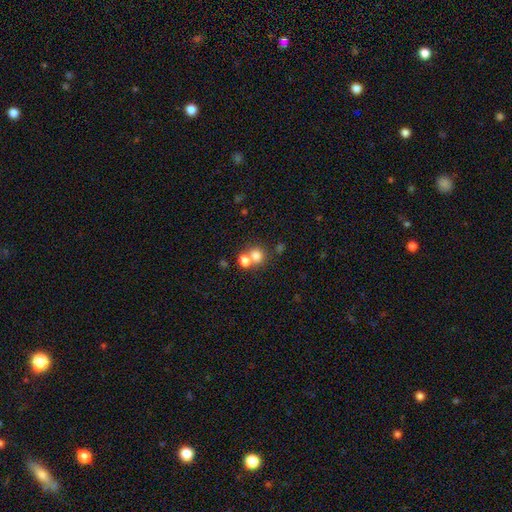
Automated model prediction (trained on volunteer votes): Morphology: type=smooth (76%); roundness=round (80%); merging=merger (48%).